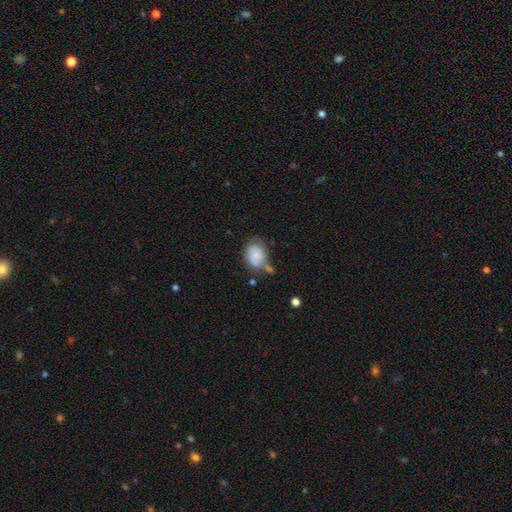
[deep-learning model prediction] Q: Smooth or featured?
A: smooth (79%); runner-up: featured or disk (12%)
Q: How rounded?
A: in between (61%); runner-up: round (38%)
Q: Merging?
A: none (40%); runner-up: minor disturbance (29%)